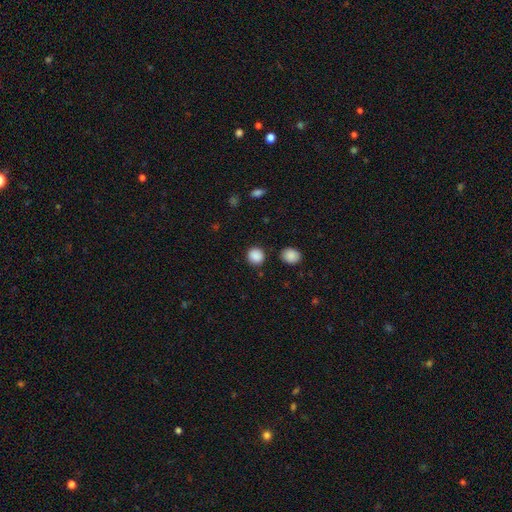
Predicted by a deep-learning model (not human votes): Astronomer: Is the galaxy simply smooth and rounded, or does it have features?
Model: smooth — 87%.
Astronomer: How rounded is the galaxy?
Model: round — 91%.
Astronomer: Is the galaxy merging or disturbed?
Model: none — 87%.